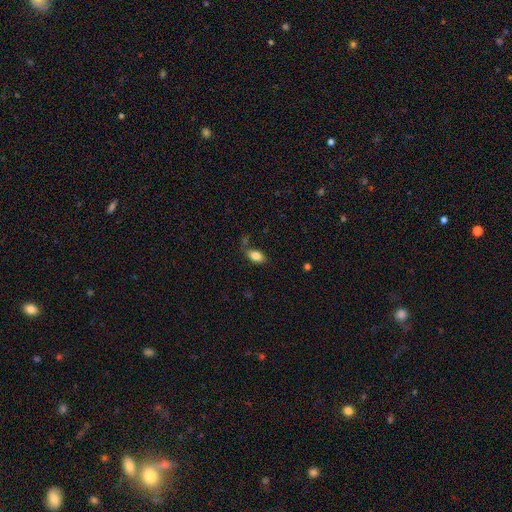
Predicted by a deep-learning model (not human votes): smooth_or_featured: smooth (p=0.84) [alt: featured or disk p=0.08]
how_rounded: in between (p=0.91) [alt: round p=0.05]
merging: none (p=0.70) [alt: minor disturbance p=0.18]